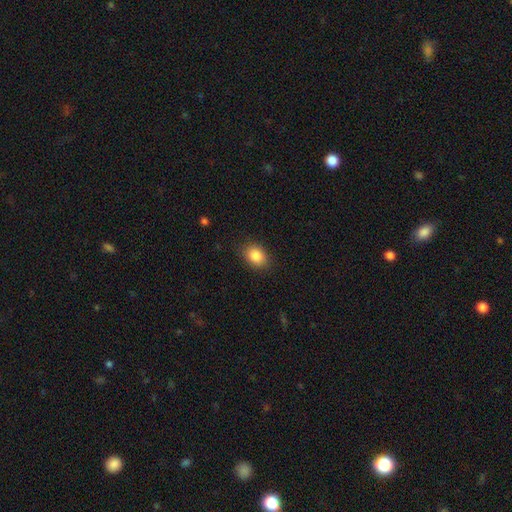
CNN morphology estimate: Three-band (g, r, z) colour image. It shows a smooth galaxy with no disk features (87%) that is in between round and cigar-shaped (71%). Merging: none (86%).